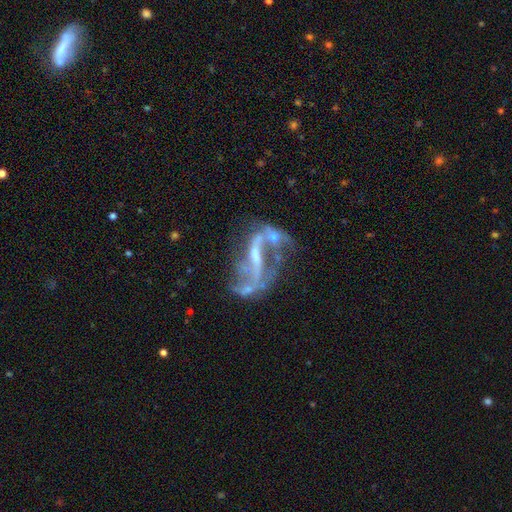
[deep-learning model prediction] smooth_or_featured: featured or disk (p=0.79) [alt: star or artifact p=0.13]
disk_edge_on: no (p=0.94) [alt: yes p=0.06]
bar: strong (p=0.38) [alt: weak p=0.36]
has_spiral_arms: yes (p=0.75) [alt: no p=0.25]
spiral_winding: loose (p=0.71) [alt: medium p=0.21]
spiral_arm_count: 2 (p=0.70) [alt: can't tell p=0.13]
bulge_size: small (p=0.48) [alt: none p=0.28]
merging: none (p=0.33) [alt: major disturbance p=0.26]